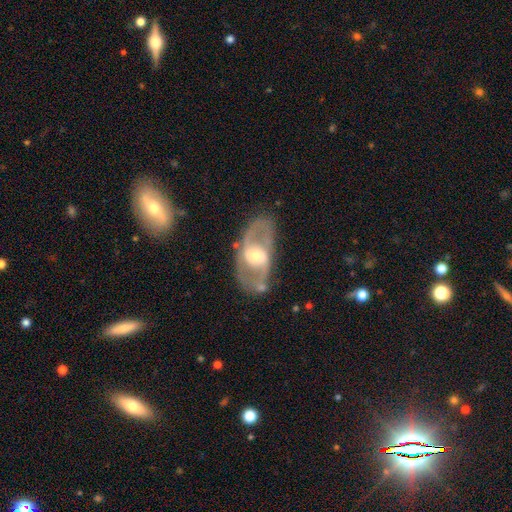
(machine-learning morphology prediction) smooth-or-featured: featured or disk: 78% | smooth: 16% | star or artifact: 5%
  disk-edge-on: no: 92% | yes: 8%
    bar: weak: 42% | no: 32% | strong: 27%
    has-spiral-arms: yes: 74% | no: 26%
      spiral-winding: medium: 52% | loose: 26% | tight: 23%
      spiral-arm-count: 2: 83% | can't tell: 10% | 1: 4% | 3: 1% | 4: 1% | more than 4: 1%
    bulge-size: moderate: 54% | small: 32% | large: 11% | none: 2% | dominant: 1%
  merging: none: 74% | minor disturbance: 15% | major disturbance: 8% | merger: 3%